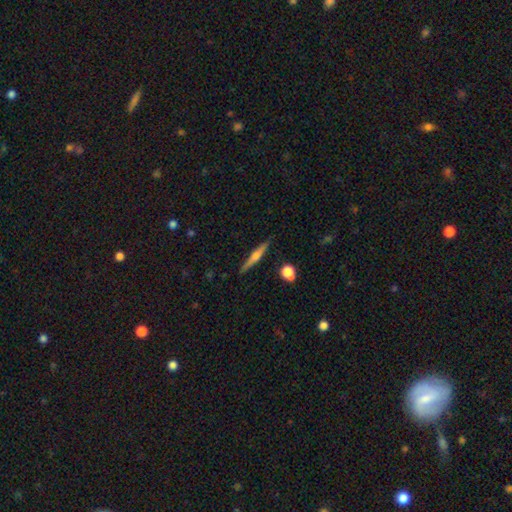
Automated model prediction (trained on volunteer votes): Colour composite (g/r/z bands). It shows a featured or disk galaxy (57%) viewed edge-on (97%) with a rounded central bulge (77%). Merging: none (88%).